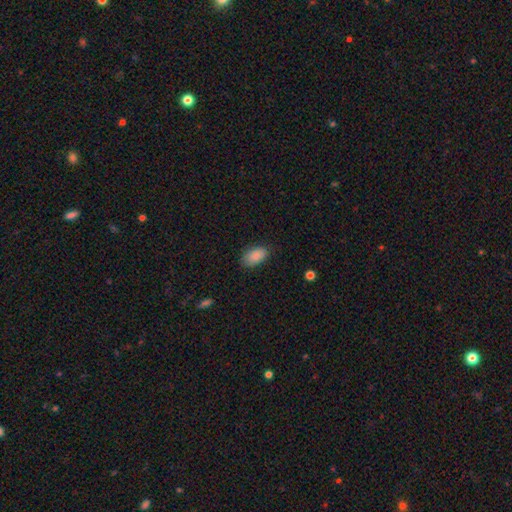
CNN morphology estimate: Smooth or featured? smooth (88%)
How rounded? in between (94%)
Merging? none (80%)